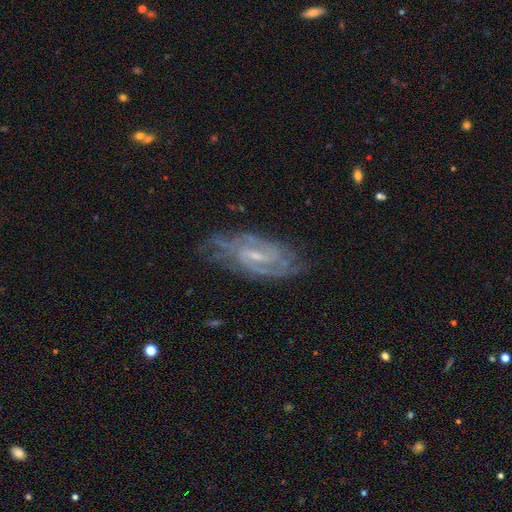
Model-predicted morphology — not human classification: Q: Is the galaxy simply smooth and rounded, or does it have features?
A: featured or disk — 87%.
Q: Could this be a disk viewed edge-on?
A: no — 94%.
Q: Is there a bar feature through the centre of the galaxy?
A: weak — 56%.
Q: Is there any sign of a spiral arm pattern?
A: yes — 97%.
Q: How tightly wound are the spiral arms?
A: tight — 48%.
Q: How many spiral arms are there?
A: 2 — 60%.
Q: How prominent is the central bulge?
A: small — 67%.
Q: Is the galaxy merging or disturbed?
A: none — 73%.